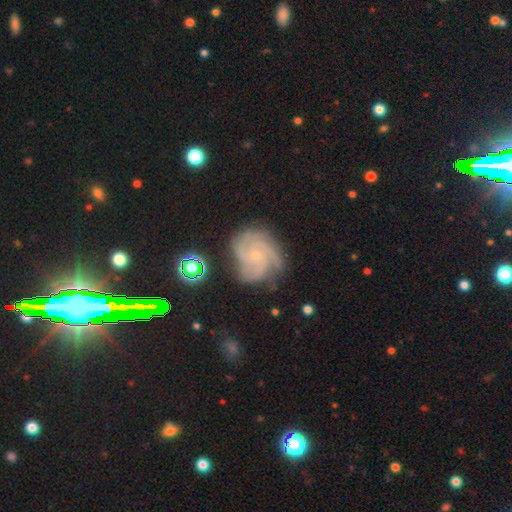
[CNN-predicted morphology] Smooth or featured?
  - featured or disk: 86% *
  - star or artifact: 7%
  - smooth: 7%
Edge-on disk?
  - no: 98% *
  - yes: 2%
Bar?
  - no: 76% *
  - weak: 20%
  - strong: 4%
Spiral arms?
  - yes: 98% *
  - no: 2%
Spiral winding?
  - tight: 58% *
  - medium: 36%
  - loose: 6%
Spiral arm count?
  - 3: 43% *
  - 4: 25%
  - can't tell: 12%
  - 2: 9%
  - more than 4: 6%
  - 1: 5%
Bulge size?
  - small: 78% *
  - moderate: 18%
  - none: 3%
  - large: 1%
  - dominant: 1%
Merging?
  - none: 69% *
  - minor disturbance: 21%
  - major disturbance: 8%
  - merger: 2%